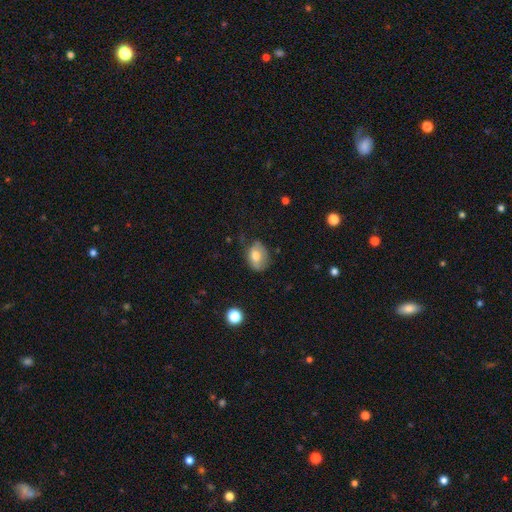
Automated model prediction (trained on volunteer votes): Smooth or featured? smooth (72%)
How rounded? in between (76%)
Merging? none (54%)